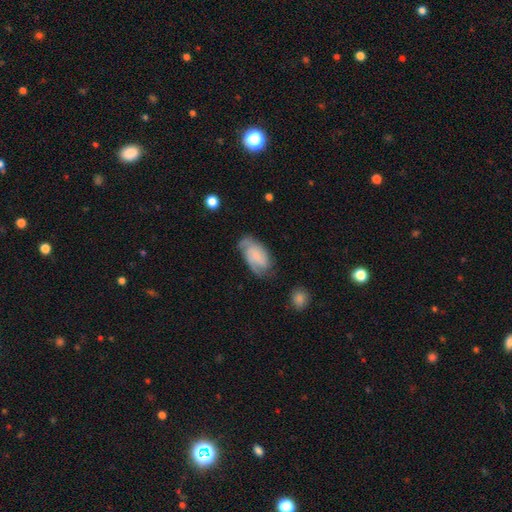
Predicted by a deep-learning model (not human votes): The model was most divided on "spiral winding": tight: 44%, medium: 41%, loose: 15%. Remaining: edge-on disk — no (96%); spiral arms — yes (91%); smooth or featured — featured or disk (60%); merging — none (59%); bar — no (58%); spiral arm count — 2 (50%); bulge size — small (45%).